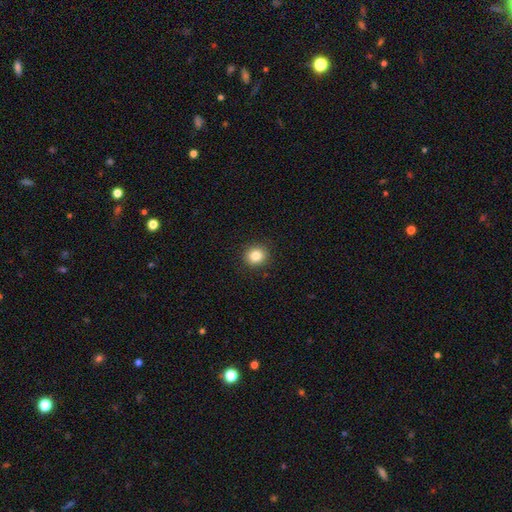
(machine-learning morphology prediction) smooth_or_featured: smooth (p=0.84) [alt: star or artifact p=0.10]
how_rounded: round (p=0.86) [alt: in between p=0.13]
merging: none (p=0.92) [alt: minor disturbance p=0.06]